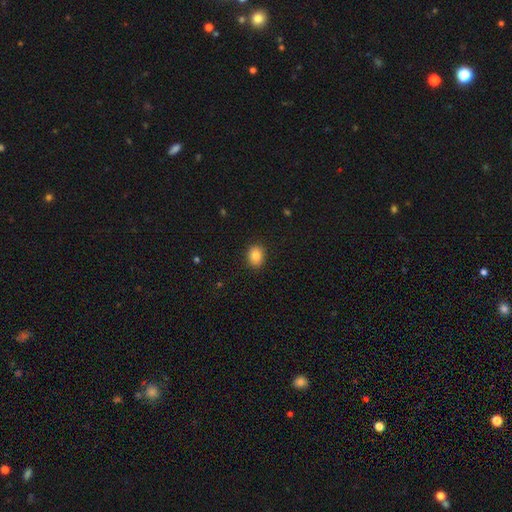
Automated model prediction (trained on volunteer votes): smooth_or_featured: smooth (p=0.83) [alt: star or artifact p=0.10]
how_rounded: round (p=0.53) [alt: in between p=0.46]
merging: none (p=0.91) [alt: minor disturbance p=0.07]